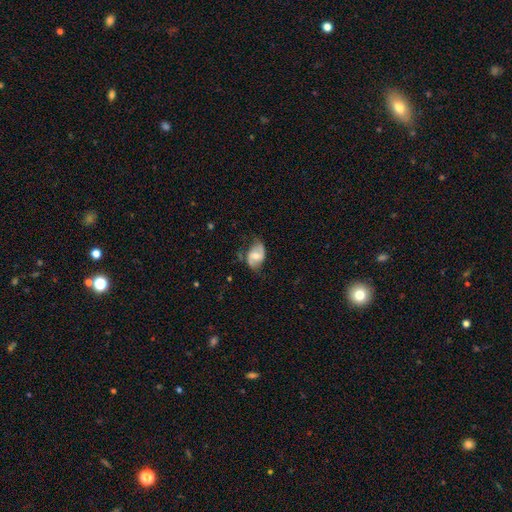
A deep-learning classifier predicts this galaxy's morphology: This is likely a featured or disk galaxy (66%). It is clearly not viewed edge-on (96%). Bar: possibly no (46%). Spiral arm pattern: clearly yes (87%). Spiral arm count: clearly 2 (87%). Spiral winding: marginally loose (45%). Central bulge: possibly moderate (59%). Merging: likely none (63%).